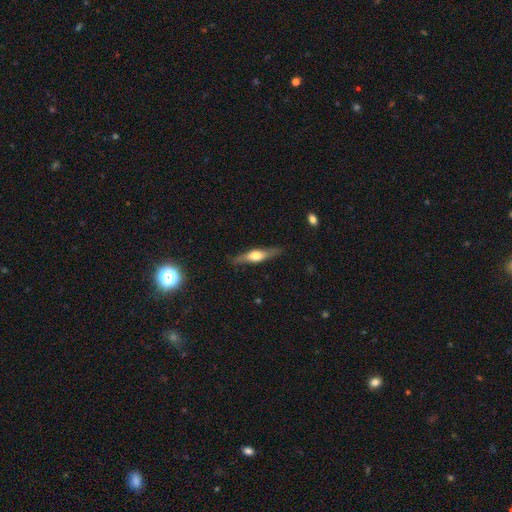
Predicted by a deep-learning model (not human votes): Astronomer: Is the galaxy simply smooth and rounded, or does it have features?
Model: featured or disk — 58% (runner-up: smooth, 37%).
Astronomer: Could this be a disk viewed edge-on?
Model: yes — 93%.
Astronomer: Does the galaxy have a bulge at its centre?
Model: rounded — 91%.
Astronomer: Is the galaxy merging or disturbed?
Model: none — 85%.